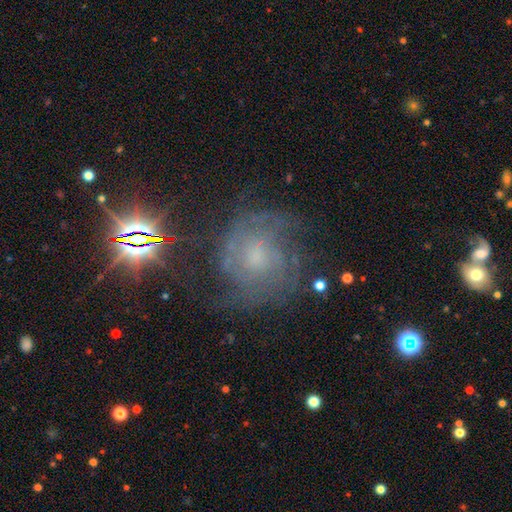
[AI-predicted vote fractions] Overall: featured or disk (66%). Edge-on disk: no (96%). Bar: no (65%; weak 30%). Spiral arms: yes (88%). Spiral arm count: can't tell (44%; 2 25%). Spiral winding: tight (52%; medium 36%). Bulge size: small (37%; moderate 33%). Merging: none (67%).